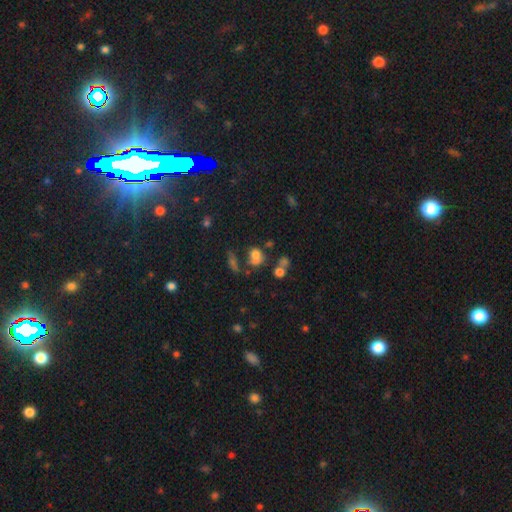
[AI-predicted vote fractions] Smooth or featured: smooth — 67% (star or artifact — 19%)
How rounded: round — 55% (in between — 43%)
Merging: none — 41% (merger — 25%)